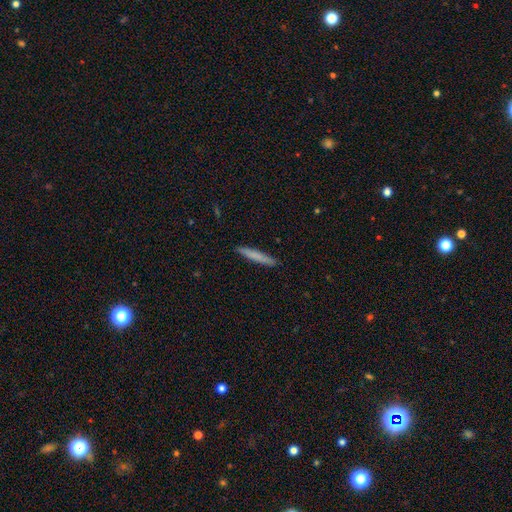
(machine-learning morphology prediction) This appears to be a smooth galaxy with no disk features (76%) that is cigar-shaped (95%). Merging: none (91%).